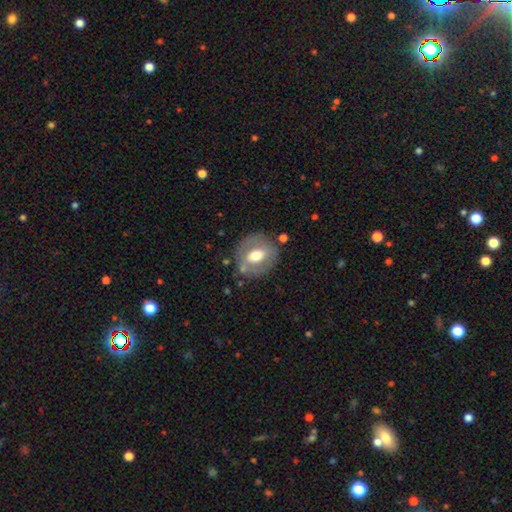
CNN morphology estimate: This appears to be a smooth galaxy with no disk features (49%). Merging: none (76%).